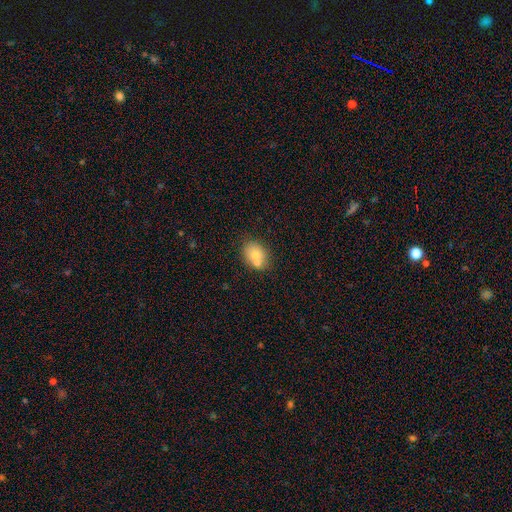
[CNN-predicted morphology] This is likely a smooth galaxy (72%). How rounded: possibly in between (59%). Merging: possibly none (52%).